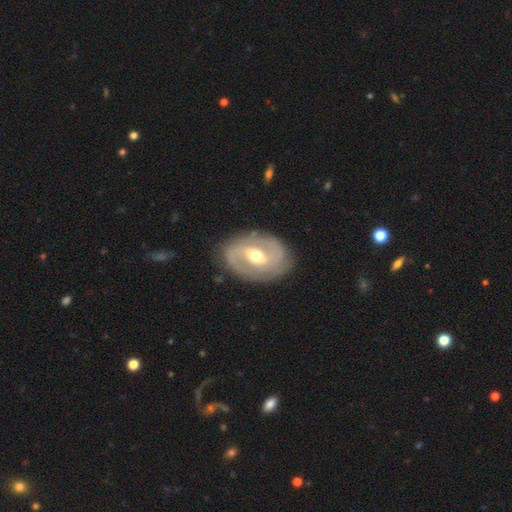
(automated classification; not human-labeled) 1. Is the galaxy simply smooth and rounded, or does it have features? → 83% featured or disk, 13% smooth, 5% star or artifact.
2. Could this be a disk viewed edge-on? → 96% no, 4% yes.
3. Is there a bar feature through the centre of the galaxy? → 47% weak, 27% strong, 27% no.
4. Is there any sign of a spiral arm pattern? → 87% yes, 13% no.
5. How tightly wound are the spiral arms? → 48% tight, 39% medium, 13% loose.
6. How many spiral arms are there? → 78% 2, 11% can't tell, 5% 3, 3% 1, 2% 4, 2% more than 4.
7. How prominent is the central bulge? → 71% moderate, 22% small, 5% large, 1% dominant, 1% none.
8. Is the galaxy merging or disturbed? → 81% none, 13% minor disturbance, 4% major disturbance, 1% merger.